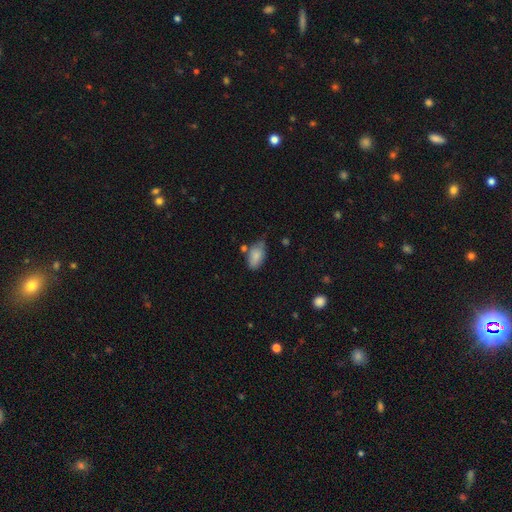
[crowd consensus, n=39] Smooth or featured? 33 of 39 (85%) said smooth. How rounded? 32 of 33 (97%) said in between. Merging? 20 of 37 (54%) said minor disturbance.